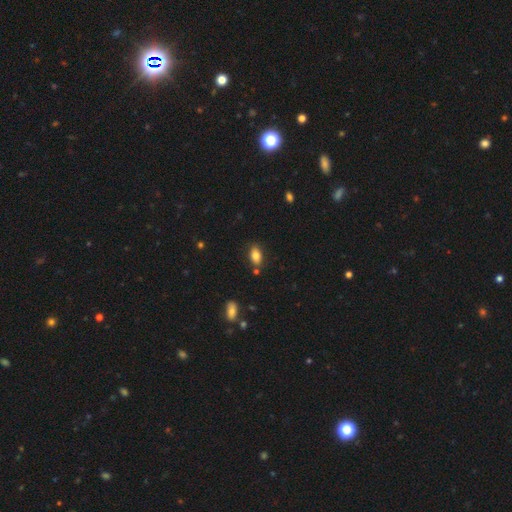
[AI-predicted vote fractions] A smooth galaxy with no disk features (83%) that is in between round and cigar-shaped (89%).

Vote fractions:
- Smooth or featured? smooth: 83% / star or artifact: 9% / featured or disk: 8%
- How rounded? in between: 89% / round: 7% / cigar-shaped: 3%
- Merging? none: 80% / minor disturbance: 12% / merger: 5% / major disturbance: 3%